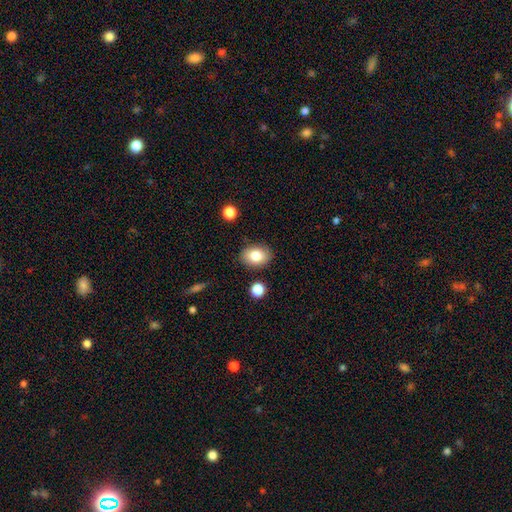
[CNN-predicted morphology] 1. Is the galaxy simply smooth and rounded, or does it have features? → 82% smooth, 10% featured or disk, 8% star or artifact.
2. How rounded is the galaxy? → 73% in between, 25% round, 1% cigar-shaped.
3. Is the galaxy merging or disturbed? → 86% none, 10% minor disturbance, 2% major disturbance, 2% merger.